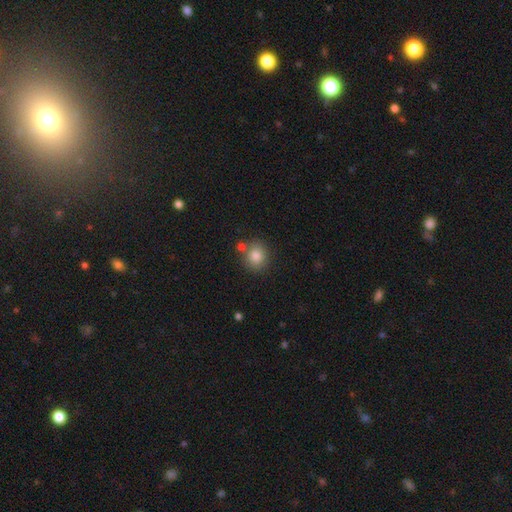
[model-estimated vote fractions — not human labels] Overall: smooth (83%). How rounded: round (84%). Merging: none (75%).